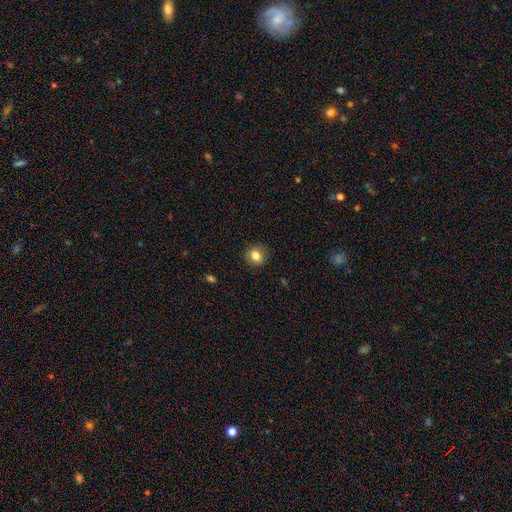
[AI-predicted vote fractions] smooth_or_featured: smooth (p=0.82) [alt: star or artifact p=0.10]
how_rounded: round (p=0.81) [alt: in between p=0.18]
merging: none (p=0.90) [alt: minor disturbance p=0.07]